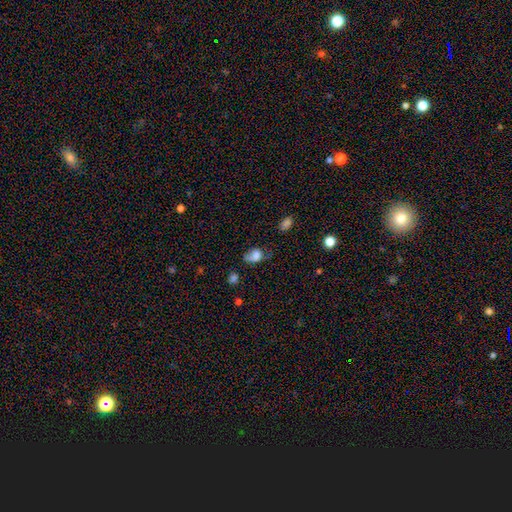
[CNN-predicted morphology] Smooth or featured? Predicted: smooth (p=0.68). How rounded? Predicted: in between (p=0.76). Merging? Predicted: none (p=0.32).